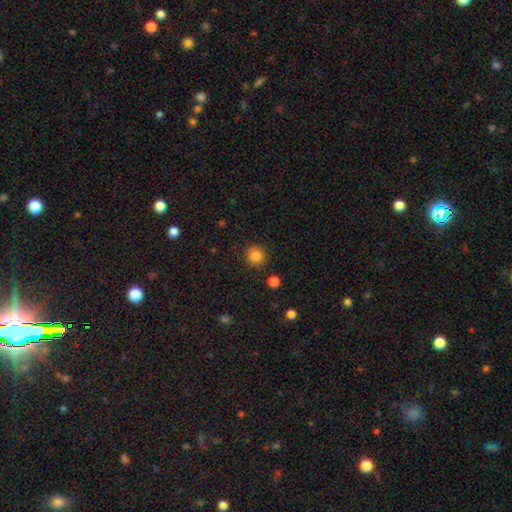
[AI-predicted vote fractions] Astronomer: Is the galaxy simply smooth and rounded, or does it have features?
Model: smooth — 85%.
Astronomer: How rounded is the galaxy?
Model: round — 93%.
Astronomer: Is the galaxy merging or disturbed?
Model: none — 89%.